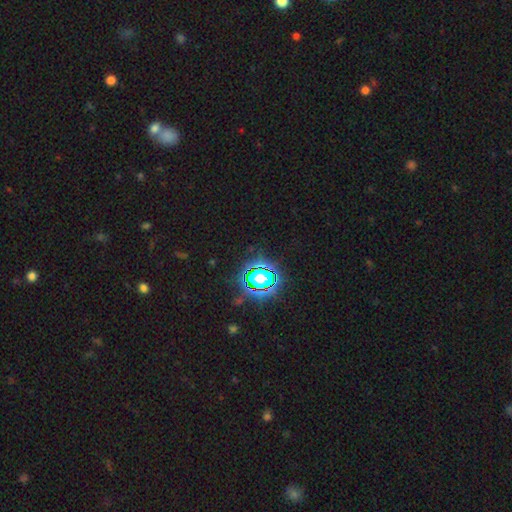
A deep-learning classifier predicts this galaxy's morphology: This appears to be a star or artifact, not a galaxy (80%).